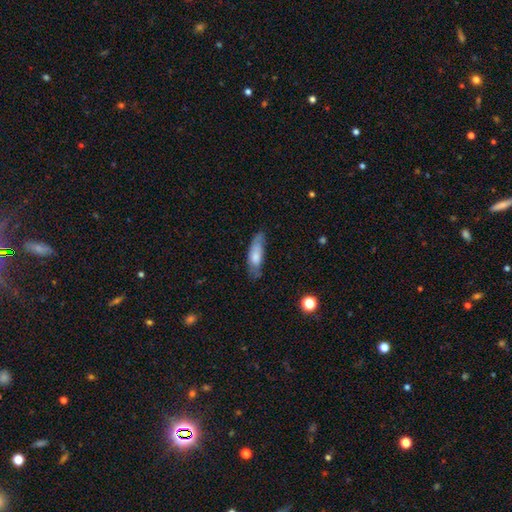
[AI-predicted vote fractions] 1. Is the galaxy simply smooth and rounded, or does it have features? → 70% smooth, 23% featured or disk, 7% star or artifact.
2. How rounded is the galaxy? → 54% in between, 44% cigar-shaped, 2% round.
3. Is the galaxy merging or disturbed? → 58% none, 30% minor disturbance, 10% major disturbance, 2% merger.